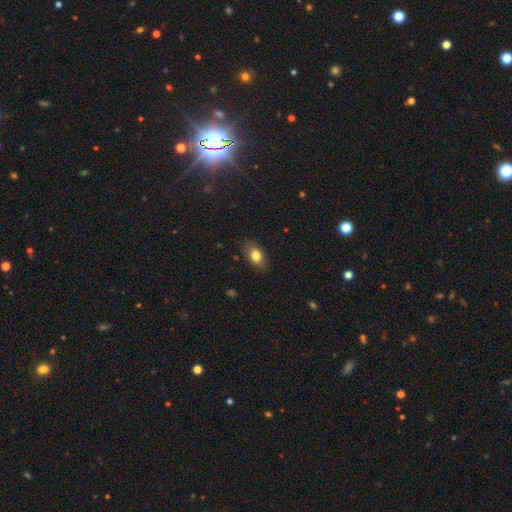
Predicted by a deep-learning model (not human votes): Smooth or featured? smooth (80%)
How rounded? in between (85%)
Merging? none (84%)